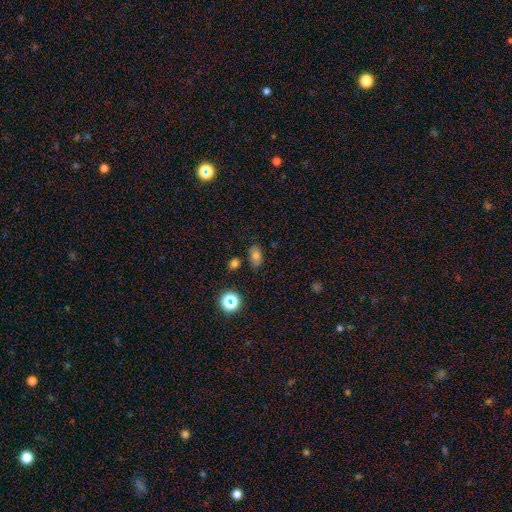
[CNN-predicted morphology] A smooth galaxy with no disk features (70%) that is in between round and cigar-shaped (84%).

Vote fractions:
- Smooth or featured? smooth: 70% / star or artifact: 18% / featured or disk: 13%
- How rounded? in between: 84% / round: 14% / cigar-shaped: 2%
- Merging? none: 75% / minor disturbance: 16% / merger: 5% / major disturbance: 4%